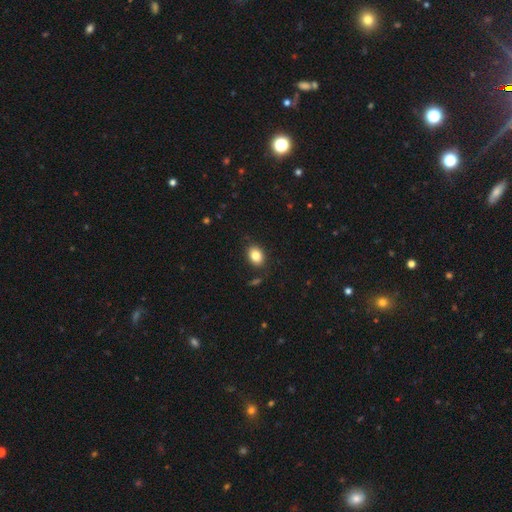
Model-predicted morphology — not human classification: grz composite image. It shows a smooth galaxy with no disk features (83%) that is in between round and cigar-shaped (72%). Merging: none (84%).